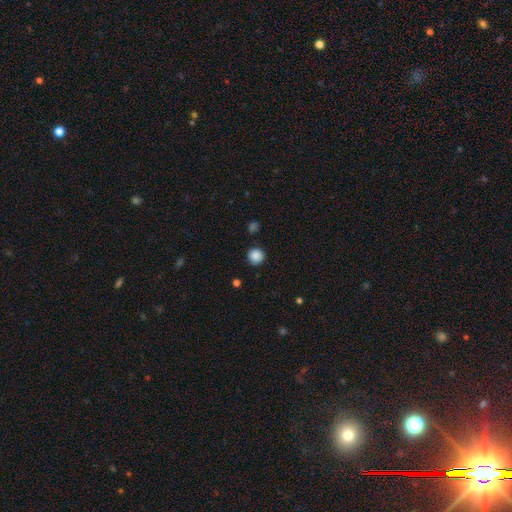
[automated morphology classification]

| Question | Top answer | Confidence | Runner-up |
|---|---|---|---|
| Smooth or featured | smooth | 87% | star or artifact (10%) |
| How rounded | round | 94% | in between (5%) |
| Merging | none | 89% | minor disturbance (8%) |